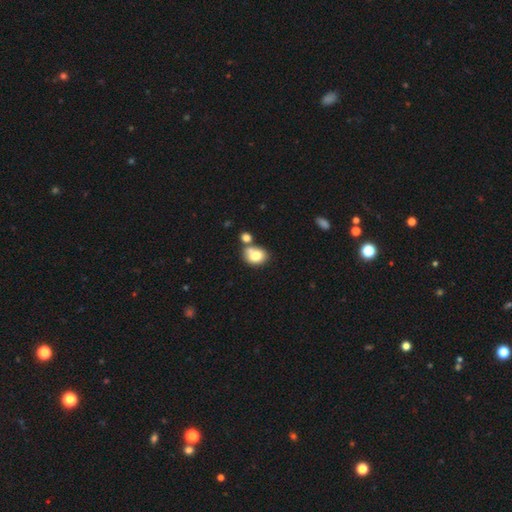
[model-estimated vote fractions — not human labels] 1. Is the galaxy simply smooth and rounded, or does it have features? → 76% smooth, 15% featured or disk, 9% star or artifact.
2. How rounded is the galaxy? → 54% in between, 45% round, 1% cigar-shaped.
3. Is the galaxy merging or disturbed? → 46% none, 37% merger, 13% minor disturbance, 4% major disturbance.